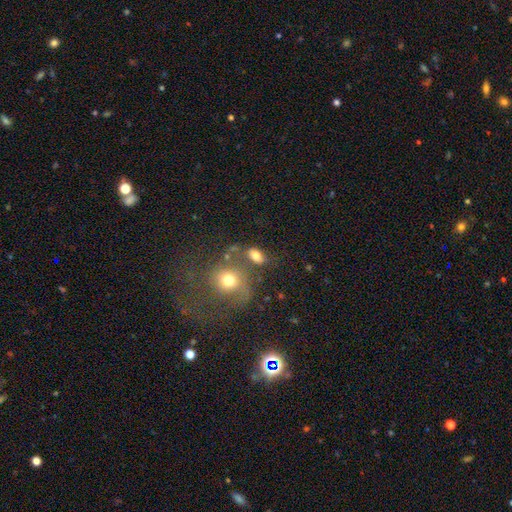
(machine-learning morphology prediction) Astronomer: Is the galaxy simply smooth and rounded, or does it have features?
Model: smooth — 76%.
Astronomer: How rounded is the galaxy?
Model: in between — 83%.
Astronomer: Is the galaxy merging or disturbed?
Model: none — 59%.